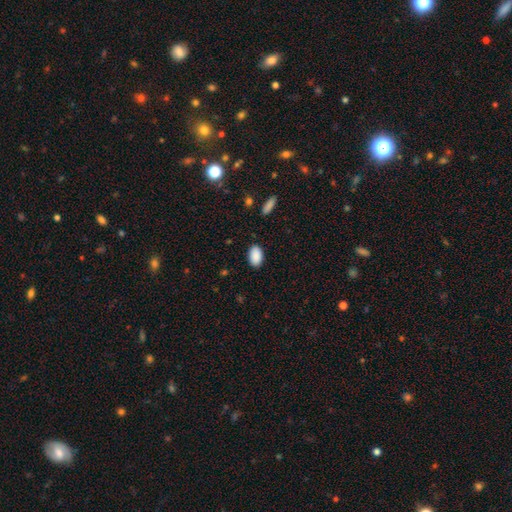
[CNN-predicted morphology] Smooth or featured? smooth (90%)
How rounded? in between (92%)
Merging? none (88%)